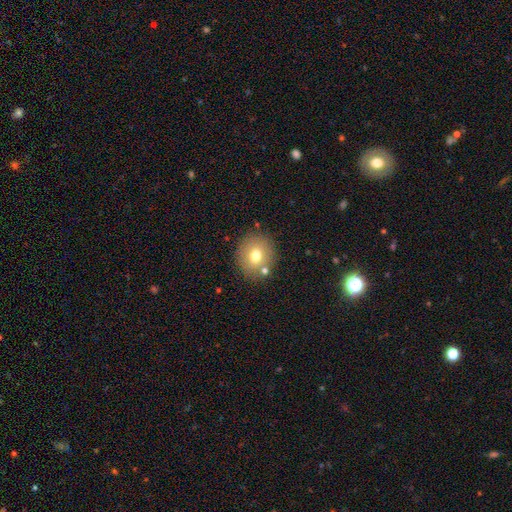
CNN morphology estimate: Overall: smooth (70%). How rounded: round (78%). Merging: none (81%).